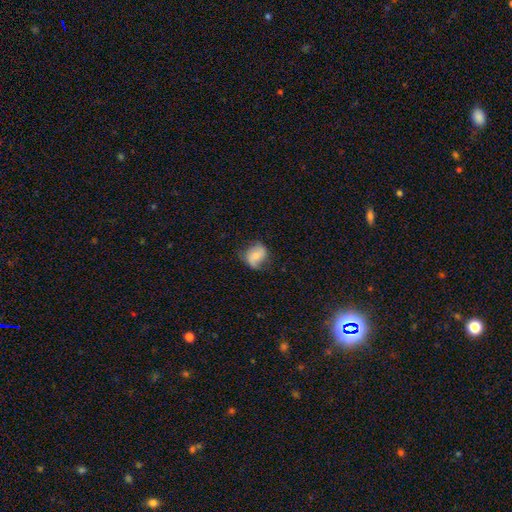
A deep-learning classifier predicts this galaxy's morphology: A smooth galaxy with no disk features (59%) that is in between round and cigar-shaped (52%). Merging: none (61%).